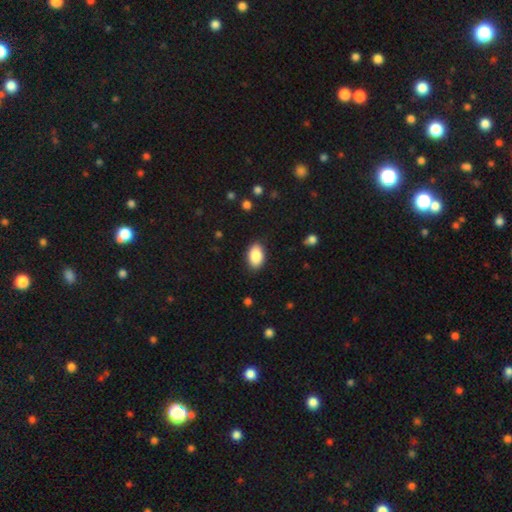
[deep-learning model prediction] This appears to be a smooth galaxy with no disk features (88%) that is in between round and cigar-shaped (92%). Merging: none (87%).